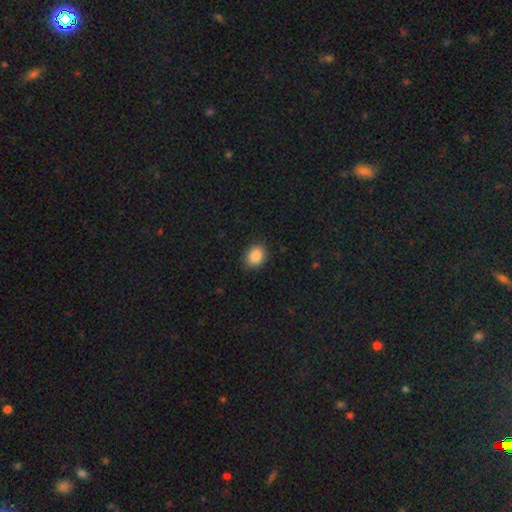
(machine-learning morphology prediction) smooth_or_featured: smooth (p=0.87) [alt: star or artifact p=0.09]
how_rounded: in between (p=0.59) [alt: round p=0.40]
merging: none (p=0.86) [alt: minor disturbance p=0.11]